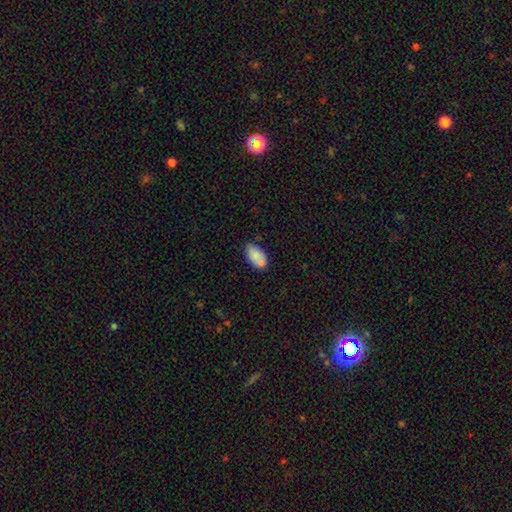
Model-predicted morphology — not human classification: This is likely a smooth galaxy (76%). How rounded: clearly in between (93%). Merging: possibly none (57%).